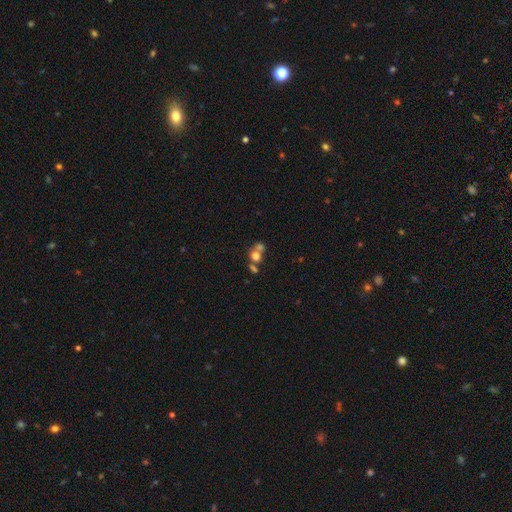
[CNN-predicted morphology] The model was most divided on "merging": merger: 51%, none: 33%, minor disturbance: 9%, major disturbance: 7%. More confident: smooth or featured — smooth (66%); how rounded — round (65%).